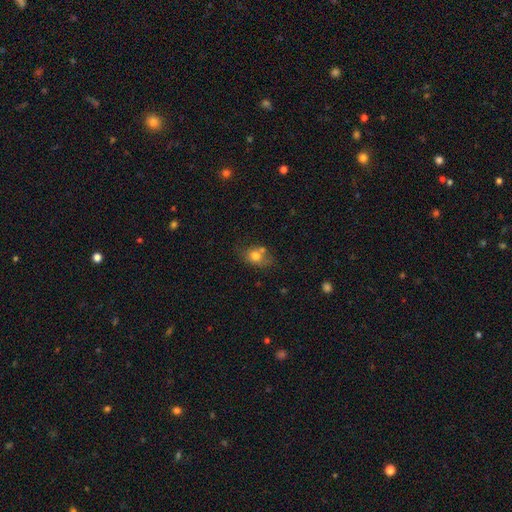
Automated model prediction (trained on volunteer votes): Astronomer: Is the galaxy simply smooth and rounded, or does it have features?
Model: smooth — 73%.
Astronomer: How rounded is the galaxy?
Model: in between — 58% (runner-up: round, 40%).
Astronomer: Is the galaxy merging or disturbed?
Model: none — 52%.